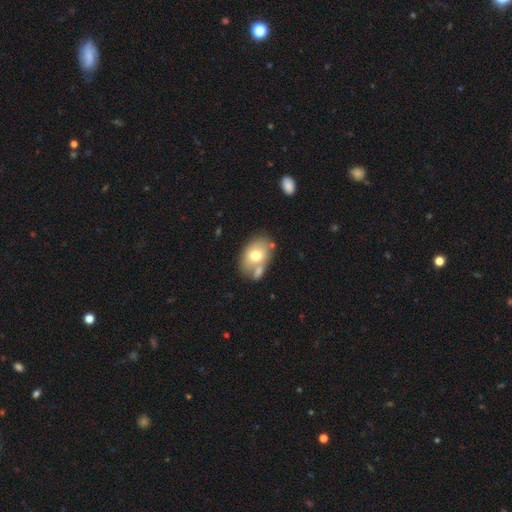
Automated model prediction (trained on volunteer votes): Smooth or featured: smooth — 67% (featured or disk — 26%)
How rounded: in between — 84% (round — 15%)
Merging: none — 49% (merger — 29%)